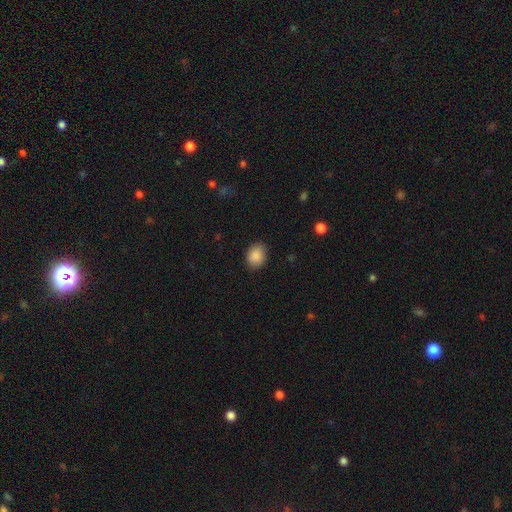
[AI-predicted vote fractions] smooth-or-featured: smooth: 89% | star or artifact: 7% | featured or disk: 4%
  how-rounded: in between: 64% | round: 35% | cigar-shaped: 1%
  merging: none: 86% | minor disturbance: 10% | major disturbance: 2% | merger: 1%